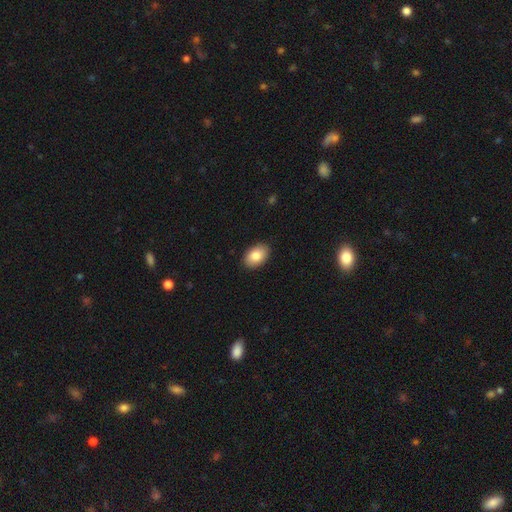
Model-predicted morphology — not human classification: Q: Smooth or featured?
A: smooth (84%); runner-up: featured or disk (9%)
Q: How rounded?
A: in between (88%); runner-up: round (11%)
Q: Merging?
A: none (90%); runner-up: minor disturbance (8%)